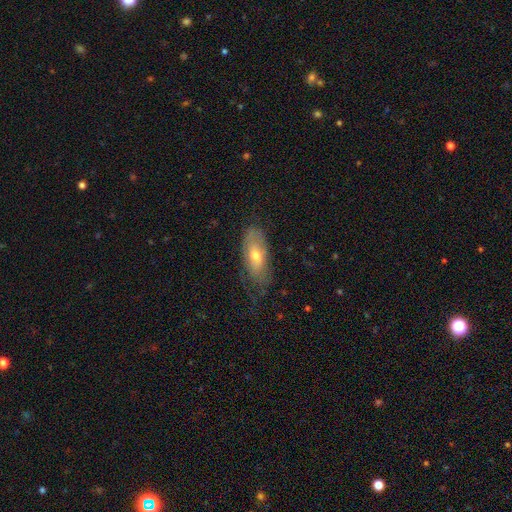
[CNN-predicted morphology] type=smooth (54%); roundness=in between (82%); merging=none (57%).